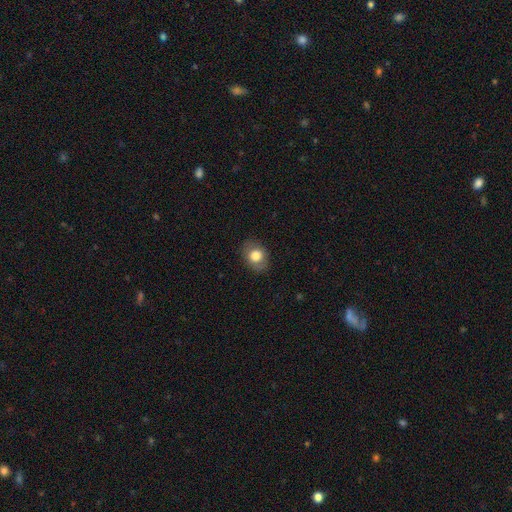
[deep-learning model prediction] Smooth or featured? smooth (78%)
How rounded? in between (54%)
Merging? none (84%)